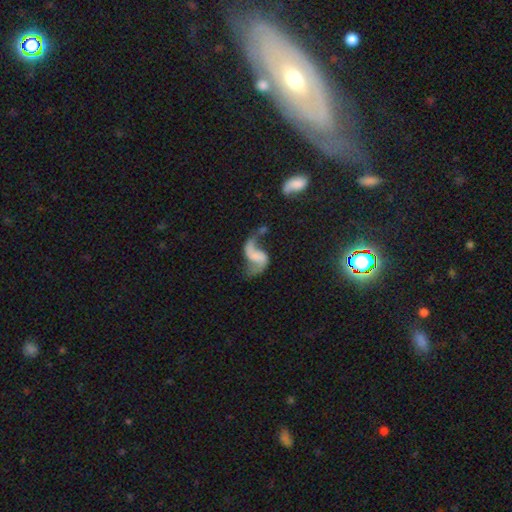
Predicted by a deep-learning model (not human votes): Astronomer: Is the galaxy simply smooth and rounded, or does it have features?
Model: featured or disk — 80%.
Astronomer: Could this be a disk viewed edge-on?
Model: no — 98%.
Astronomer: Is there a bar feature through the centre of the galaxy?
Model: no — 49% (runner-up: weak, 34%).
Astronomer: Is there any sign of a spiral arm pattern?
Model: yes — 91%.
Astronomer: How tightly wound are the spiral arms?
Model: loose — 83%.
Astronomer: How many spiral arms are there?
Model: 2 — 85%.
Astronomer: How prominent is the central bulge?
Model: none — 65%.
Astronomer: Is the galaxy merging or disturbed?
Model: none — 44% (runner-up: major disturbance, 26%).